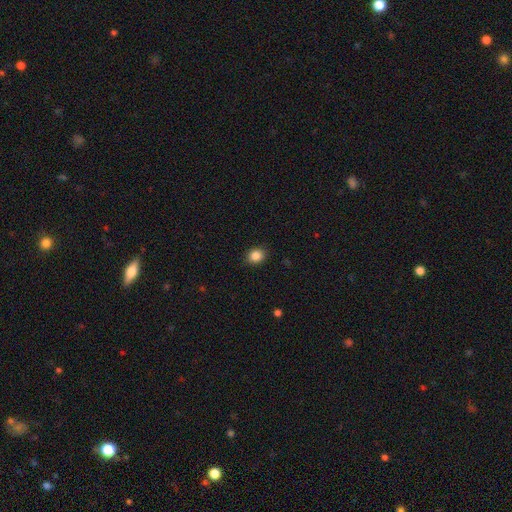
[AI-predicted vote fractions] Smooth or featured: smooth — 86% (star or artifact — 10%)
How rounded: round — 62% (in between — 37%)
Merging: none — 89% (minor disturbance — 8%)